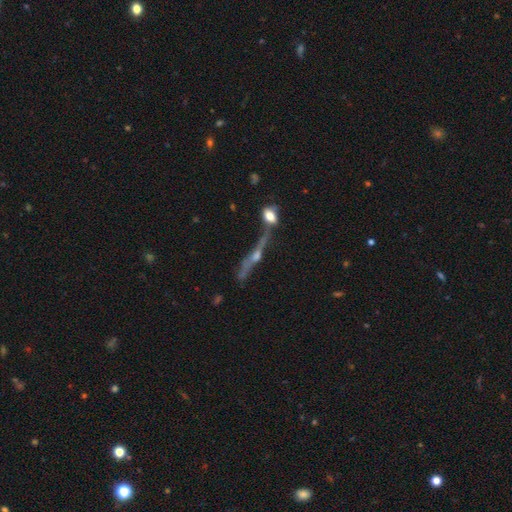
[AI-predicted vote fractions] Overall: featured or disk (71%). Edge-on disk: yes (88%). Edge-on bulge: rounded (86%). Merging: none (54%; merger 20%).